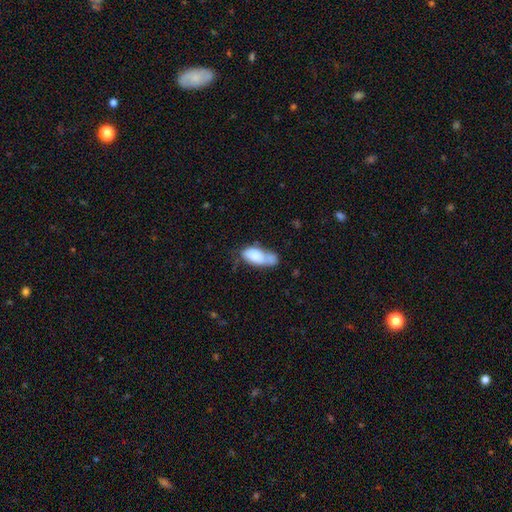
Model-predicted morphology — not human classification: The model was most divided on "merging": merger: 37%, none: 28%, minor disturbance: 23%, major disturbance: 12%. More confident: how rounded — in between (83%); smooth or featured — smooth (76%).